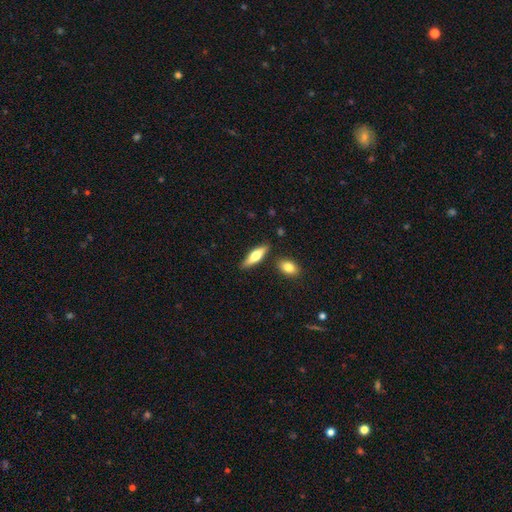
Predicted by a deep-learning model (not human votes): Smooth or featured? Predicted: smooth (p=0.59). How rounded? Predicted: cigar-shaped (p=0.56). Merging? Predicted: none (p=0.83).